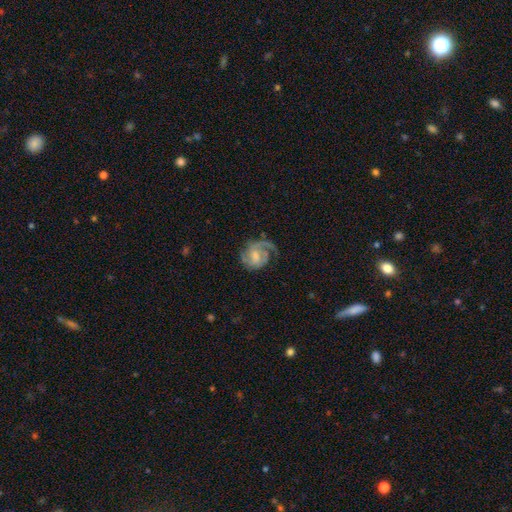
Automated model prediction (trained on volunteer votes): A featured or disk galaxy (81%) with a weak bar (48%), 2 (57%) medium (48%) spiral arms (95%) and a moderate central bulge (38%). Merging: none (57%).